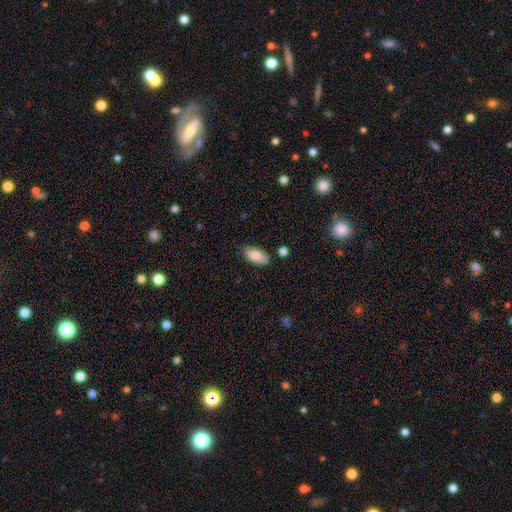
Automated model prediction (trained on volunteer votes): The model was most divided on "merging": none: 82%, minor disturbance: 13%, merger: 3%, major disturbance: 2%. More confident: how rounded — in between (92%); smooth or featured — smooth (83%).